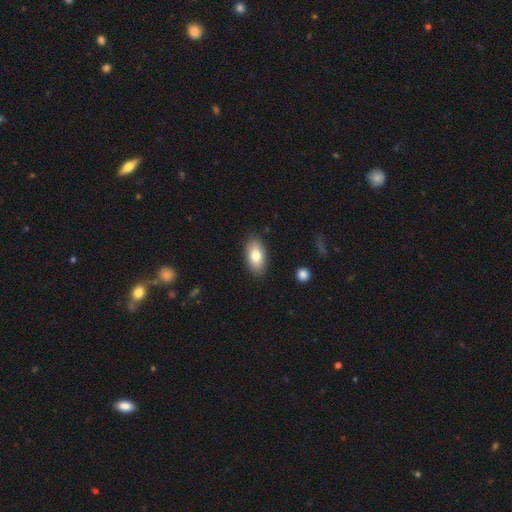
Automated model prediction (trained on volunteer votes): Morphology: type=smooth (78%); roundness=in between (92%); merging=none (87%).